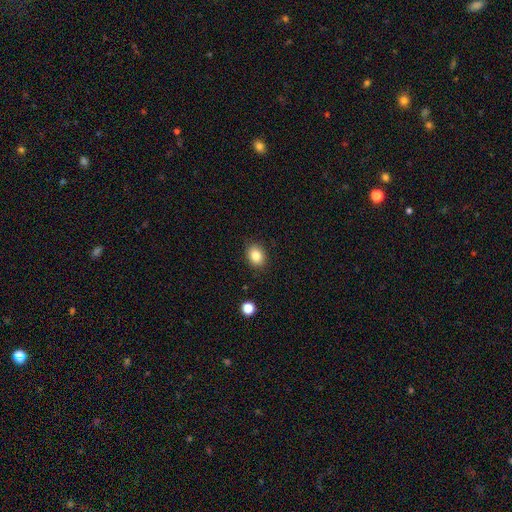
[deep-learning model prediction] Overall: smooth (83%). How rounded: in between (51%; round 48%). Merging: none (87%).